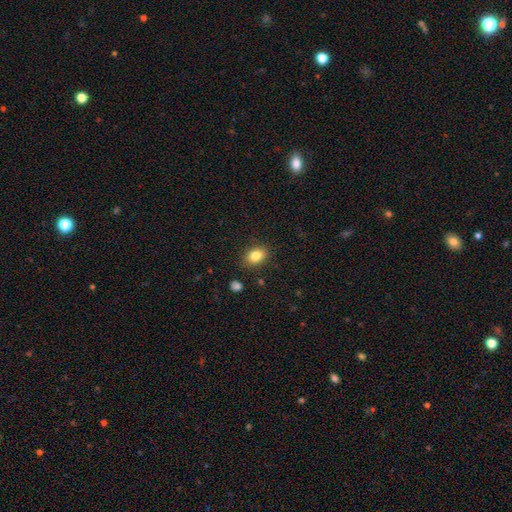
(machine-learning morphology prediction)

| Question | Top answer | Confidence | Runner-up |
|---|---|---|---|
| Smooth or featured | smooth | 82% | star or artifact (9%) |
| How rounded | in between | 71% | round (28%) |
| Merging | none | 86% | minor disturbance (9%) |